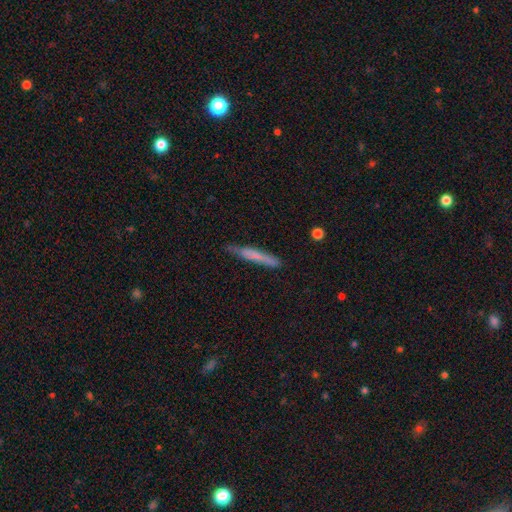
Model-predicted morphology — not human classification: smooth 64%, featured or disk 29%, star or artifact 7%. Down the decision tree: how rounded — cigar-shaped (95%); merging — none (76%).